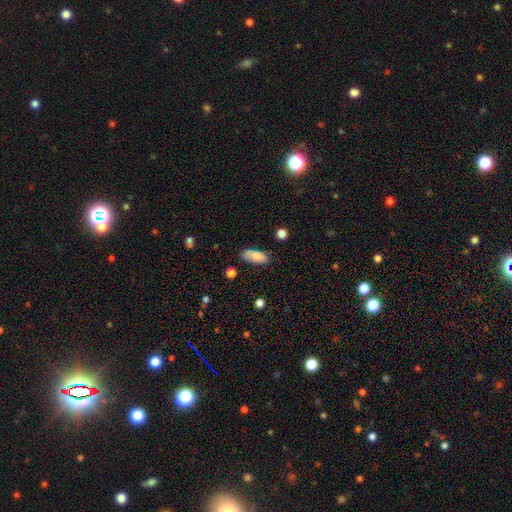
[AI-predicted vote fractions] Morphology: type=smooth (81%); roundness=in between (85%); merging=none (72%).